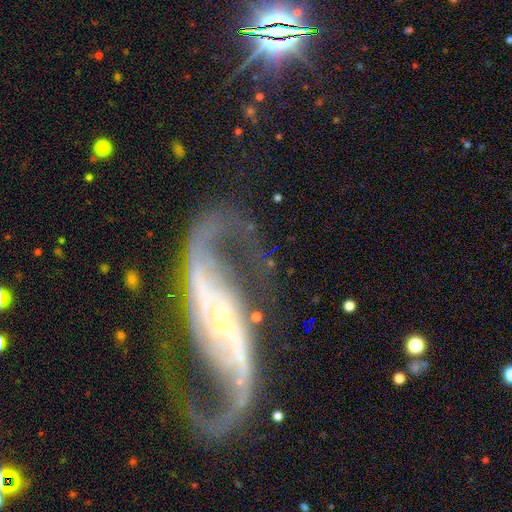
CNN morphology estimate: Smooth or featured?
  - featured or disk: 92% *
  - star or artifact: 5%
  - smooth: 2%
Edge-on disk?
  - no: 96% *
  - yes: 4%
Bar?
  - strong: 43% *
  - no: 30%
  - weak: 27%
Spiral arms?
  - yes: 98% *
  - no: 2%
Spiral winding?
  - loose: 59% *
  - medium: 33%
  - tight: 8%
Spiral arm count?
  - 2: 95% *
  - can't tell: 1%
  - 1: 1%
  - 3: 1%
  - 4: 1%
  - more than 4: 1%
Bulge size?
  - small: 81% *
  - moderate: 14%
  - none: 2%
  - large: 2%
  - dominant: 1%
Merging?
  - none: 77% *
  - minor disturbance: 11%
  - major disturbance: 9%
  - merger: 3%